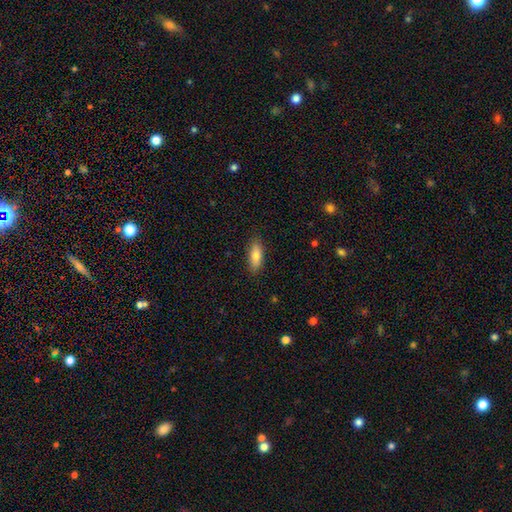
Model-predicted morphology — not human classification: Smooth or featured: smooth — 80% (featured or disk — 13%)
How rounded: in between — 72% (cigar-shaped — 25%)
Merging: none — 86% (minor disturbance — 11%)